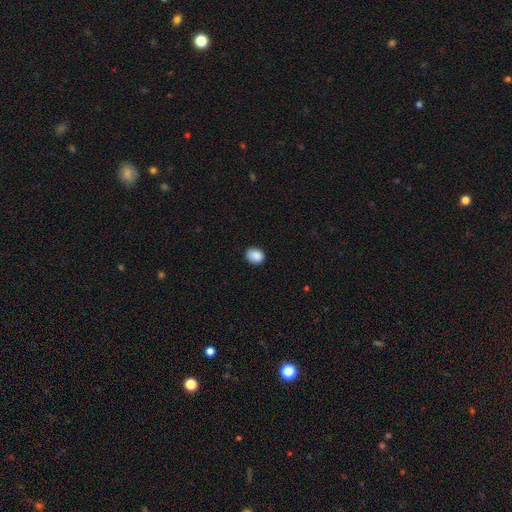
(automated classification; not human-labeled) smooth-or-featured: smooth: 89% | star or artifact: 8% | featured or disk: 3%
  how-rounded: in between: 54% | round: 45% | cigar-shaped: 1%
  merging: none: 85% | minor disturbance: 12% | major disturbance: 2% | merger: 1%